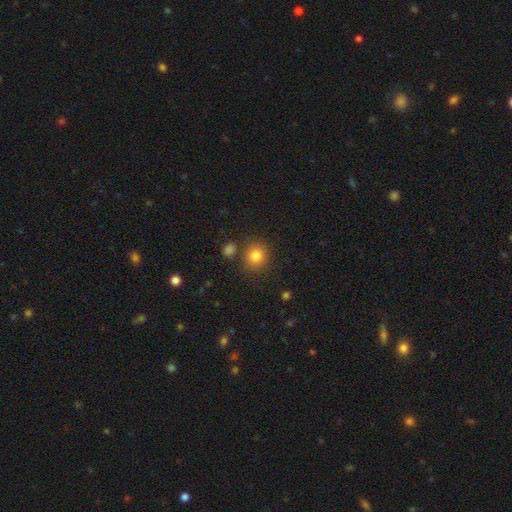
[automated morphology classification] This appears to be a smooth galaxy with no disk features (83%) that is round (83%). Merging: none (80%).